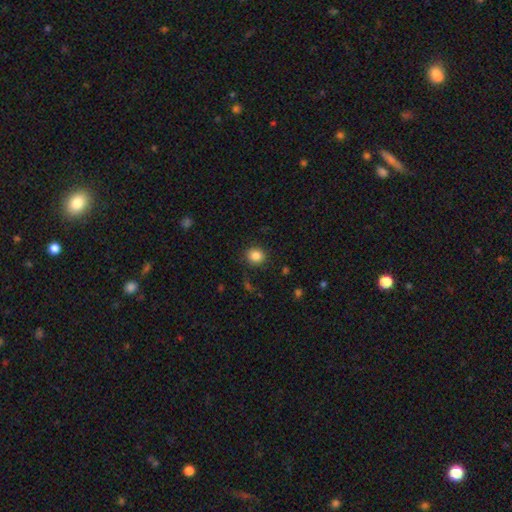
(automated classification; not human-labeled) Overall: smooth (85%). How rounded: round (83%). Merging: none (87%).